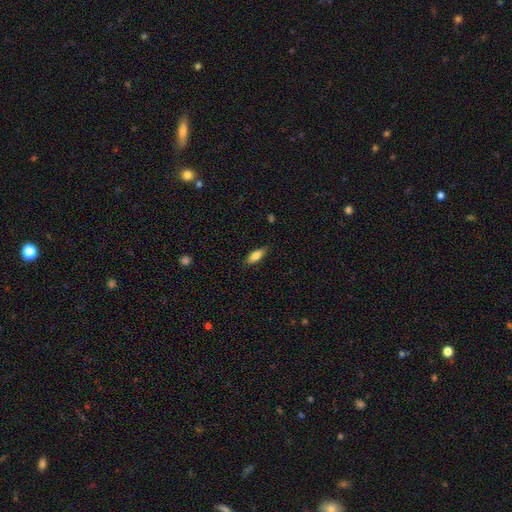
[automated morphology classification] Smooth or featured? Predicted: smooth (p=0.80). How rounded? Predicted: in between (p=0.76). Merging? Predicted: none (p=0.82).